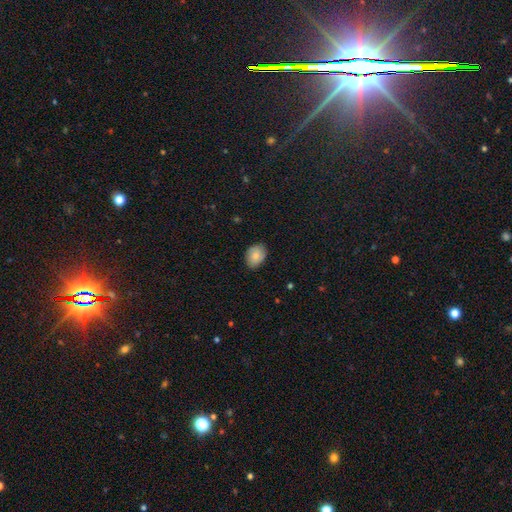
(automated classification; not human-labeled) This is likely a smooth galaxy (78%). How rounded: likely in between (71%). Merging: likely none (78%).